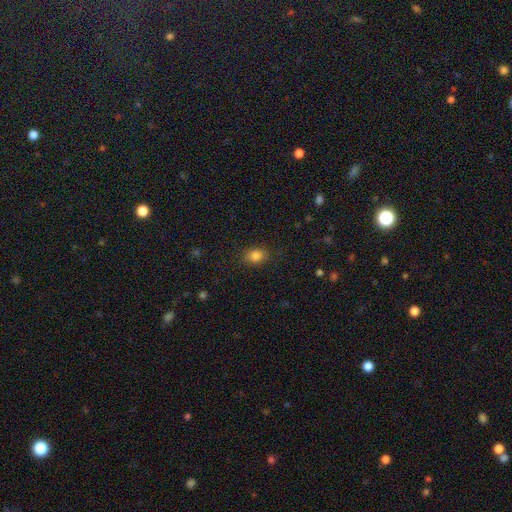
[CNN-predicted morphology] The model was most divided on "how rounded": in between: 61%, round: 38%, cigar-shaped: 1%. More confident: merging — none (85%); smooth or featured — smooth (84%).